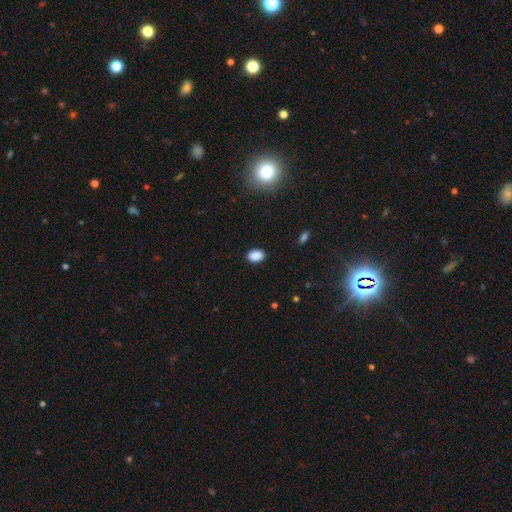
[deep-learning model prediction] This is clearly a smooth galaxy (88%). How rounded: clearly in between (82%). Merging: clearly none (87%).